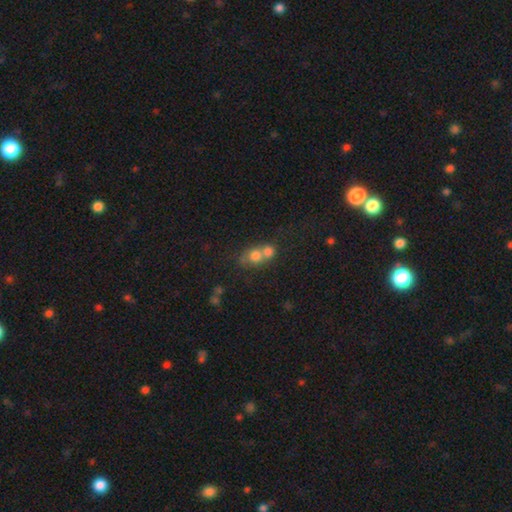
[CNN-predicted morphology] This appears to be a smooth galaxy with no disk features (71%) that is round (71%). Merging: merger (67%).